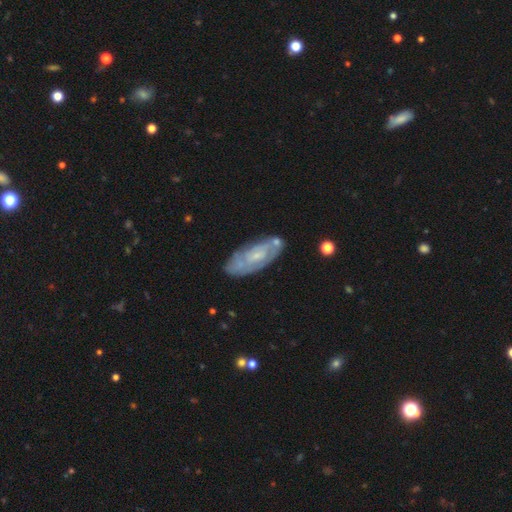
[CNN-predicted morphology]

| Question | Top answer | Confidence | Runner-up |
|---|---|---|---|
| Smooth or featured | featured or disk | 66% | smooth (27%) |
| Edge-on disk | no | 88% | yes (12%) |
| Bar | no | 63% | weak (30%) |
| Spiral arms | yes | 69% | no (31%) |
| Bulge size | small | 66% | moderate (21%) |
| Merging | none | 72% | minor disturbance (19%) |